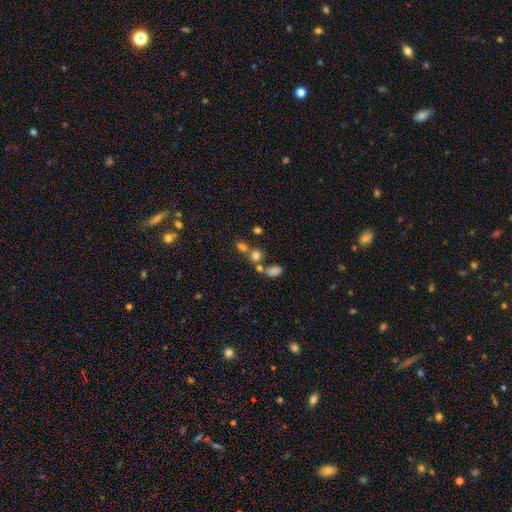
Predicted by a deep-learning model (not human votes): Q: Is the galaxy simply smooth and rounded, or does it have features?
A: smooth — 70%.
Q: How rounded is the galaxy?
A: round — 73%.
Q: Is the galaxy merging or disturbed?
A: none — 50%.